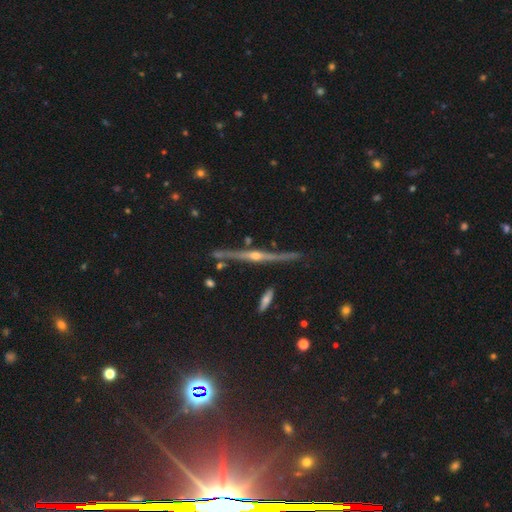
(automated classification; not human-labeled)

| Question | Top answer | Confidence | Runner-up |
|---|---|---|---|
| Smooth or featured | featured or disk | 87% | star or artifact (7%) |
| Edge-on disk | yes | 97% | no (3%) |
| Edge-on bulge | rounded | 93% | none (4%) |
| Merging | none | 80% | minor disturbance (13%) |